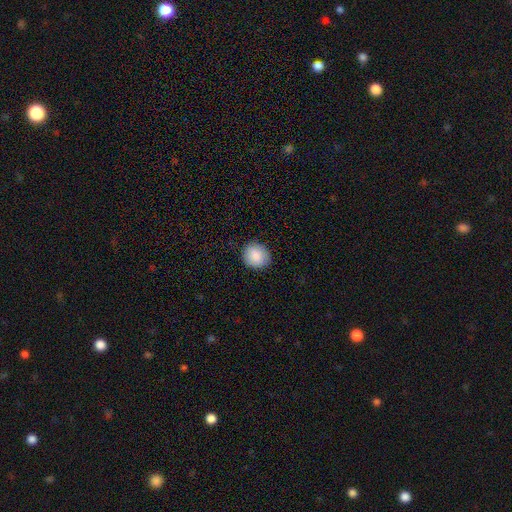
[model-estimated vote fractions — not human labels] Smooth or featured? Predicted: smooth (p=0.87). How rounded? Predicted: round (p=0.80). Merging? Predicted: none (p=0.86).